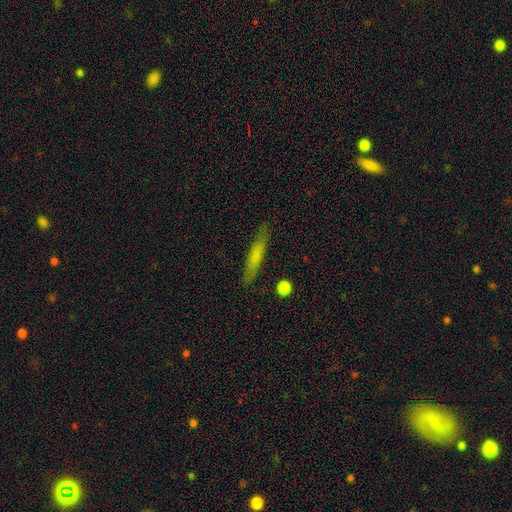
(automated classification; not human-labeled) Smooth or featured?
  - smooth: 65% *
  - featured or disk: 28%
  - star or artifact: 7%
How rounded?
  - cigar-shaped: 90% *
  - in between: 8%
  - round: 2%
Merging?
  - none: 85% *
  - minor disturbance: 11%
  - major disturbance: 3%
  - merger: 2%